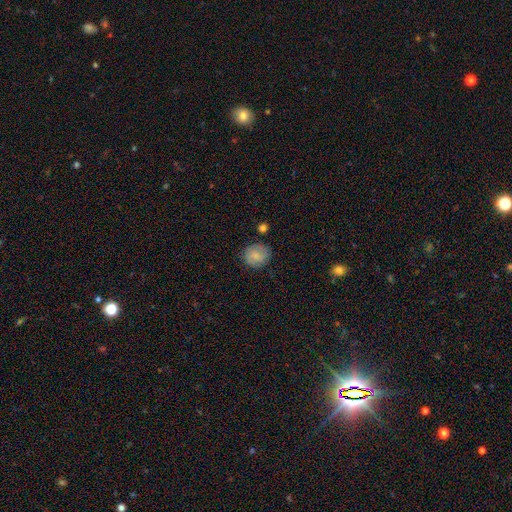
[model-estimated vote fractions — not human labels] This is clearly a smooth galaxy (81%). How rounded: likely round (77%). Merging: likely none (80%).